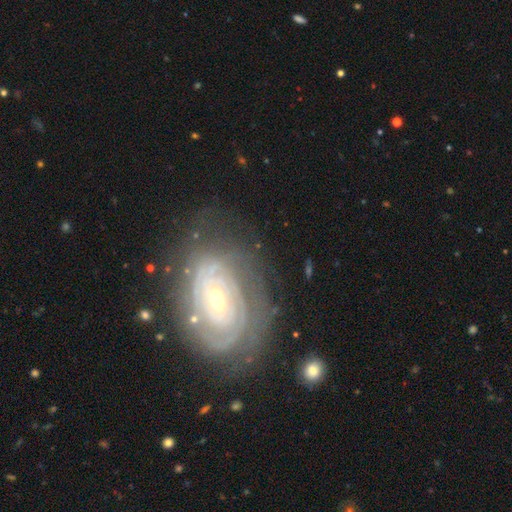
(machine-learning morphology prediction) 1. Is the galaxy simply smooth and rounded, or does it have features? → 80% featured or disk, 12% smooth, 8% star or artifact.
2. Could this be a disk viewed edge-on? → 95% no, 5% yes.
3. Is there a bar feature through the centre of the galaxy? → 57% no, 30% weak, 12% strong.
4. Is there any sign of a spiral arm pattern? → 89% yes, 11% no.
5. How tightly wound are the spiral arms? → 77% tight, 17% medium, 6% loose.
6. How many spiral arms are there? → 49% can't tell, 18% 2, 11% 3, 9% 4, 8% more than 4, 6% 1.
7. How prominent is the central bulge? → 63% small, 33% moderate, 3% large, 1% none, 1% dominant.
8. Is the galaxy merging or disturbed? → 76% none, 15% minor disturbance, 7% major disturbance, 2% merger.